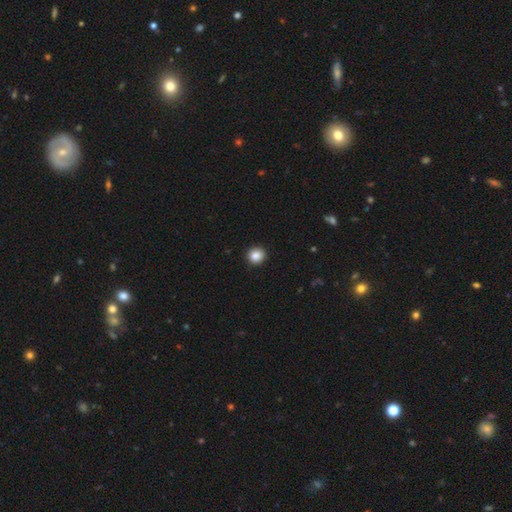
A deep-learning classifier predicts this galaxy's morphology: smooth-or-featured: smooth: 87% | star or artifact: 10% | featured or disk: 4%
  how-rounded: round: 91% | in between: 8% | cigar-shaped: 1%
  merging: none: 92% | minor disturbance: 5% | major disturbance: 2% | merger: 1%